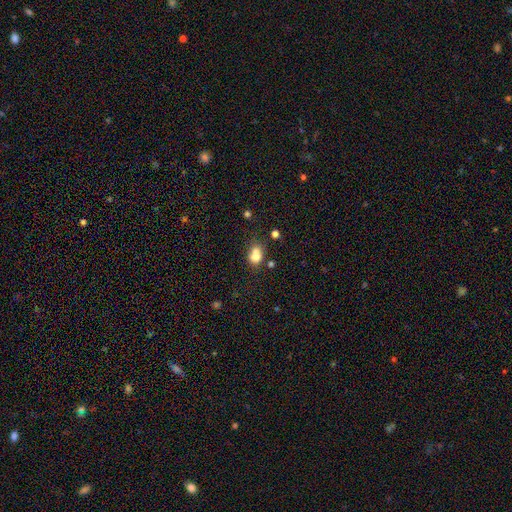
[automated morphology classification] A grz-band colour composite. It shows a smooth galaxy with no disk features (74%) that is round (52%). Merging: merger (47%).